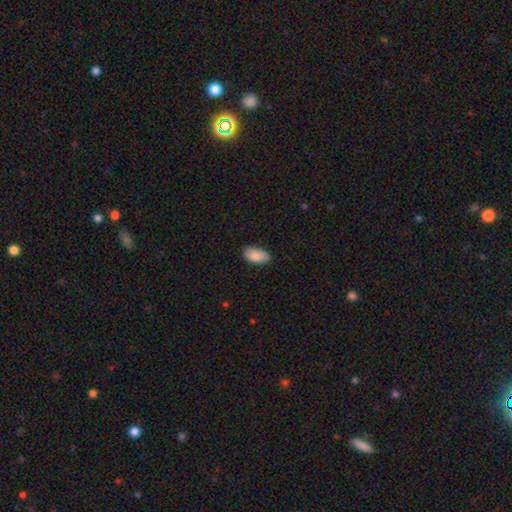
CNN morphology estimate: This appears to be a smooth galaxy with no disk features (87%) that is in between round and cigar-shaped (94%). Merging: none (83%).